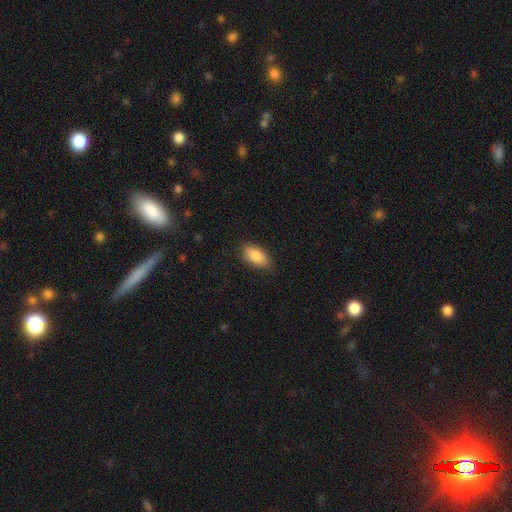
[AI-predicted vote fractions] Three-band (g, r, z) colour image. It shows a smooth galaxy with no disk features (87%) that is in between round and cigar-shaped (90%). Merging: none (79%).